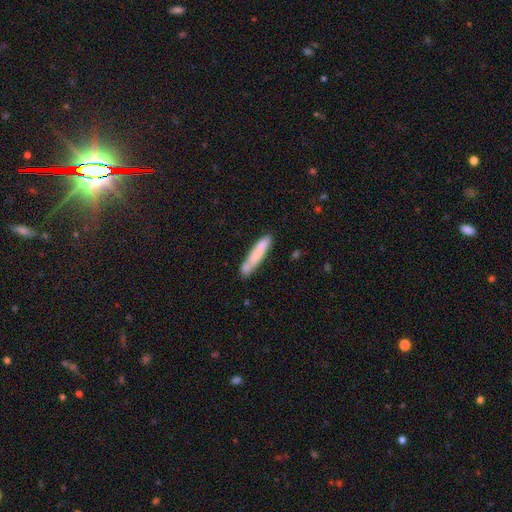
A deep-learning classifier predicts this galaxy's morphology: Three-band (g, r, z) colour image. It shows a smooth galaxy with no disk features (74%) that is cigar-shaped (90%). Merging: none (67%).